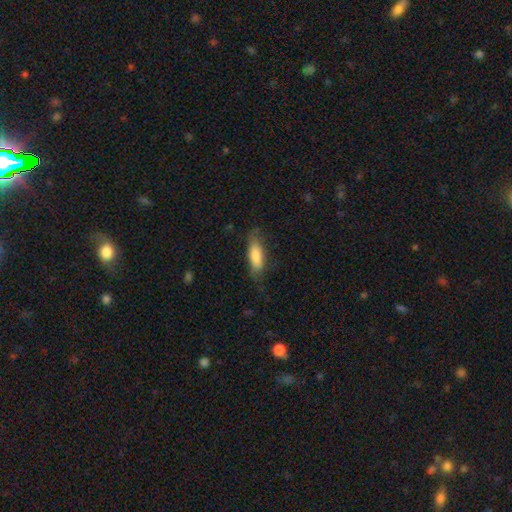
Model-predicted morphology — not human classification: smooth-or-featured: smooth: 75% | featured or disk: 19% | star or artifact: 6%
  how-rounded: in between: 59% | cigar-shaped: 39% | round: 2%
  merging: none: 64% | minor disturbance: 25% | major disturbance: 10% | merger: 2%